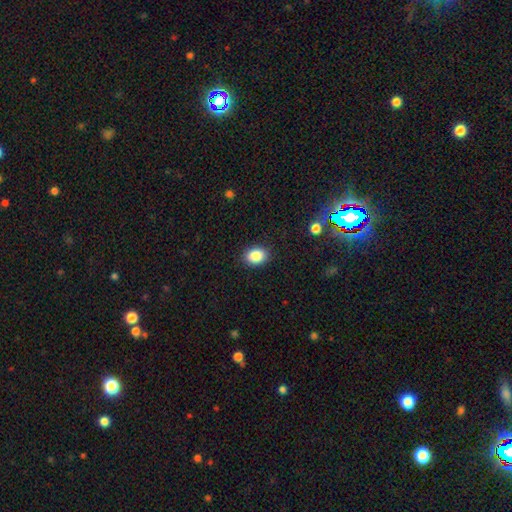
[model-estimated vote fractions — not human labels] A smooth galaxy with no disk features (87%) that is in between round and cigar-shaped (65%). Merging: none (88%).